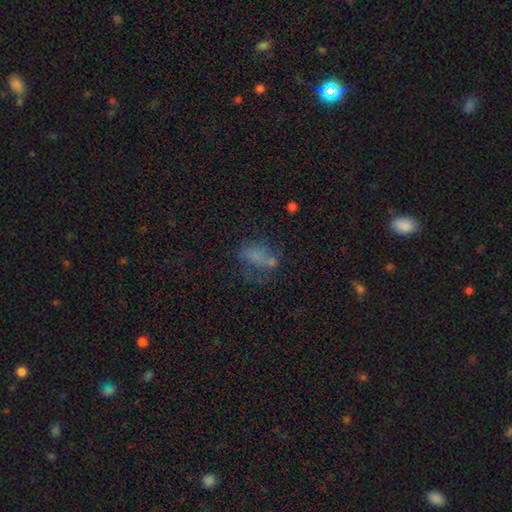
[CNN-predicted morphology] A smooth galaxy with no disk features (55%) that is in between round and cigar-shaped (82%). Merging: none (37%).